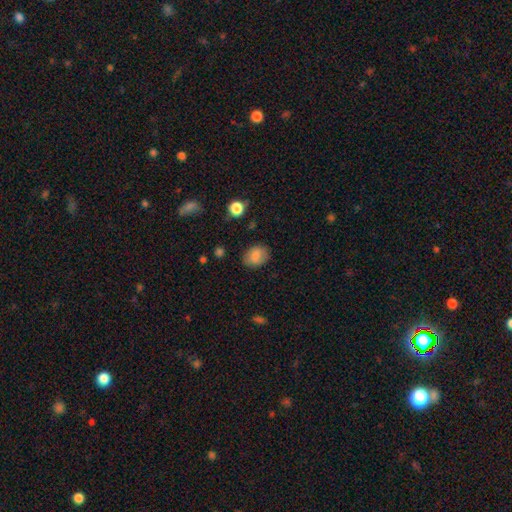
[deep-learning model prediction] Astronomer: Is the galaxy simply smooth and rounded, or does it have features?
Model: smooth — 83%.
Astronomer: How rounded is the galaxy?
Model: in between — 57% (runner-up: round, 42%).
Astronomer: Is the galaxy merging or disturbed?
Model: none — 79%.